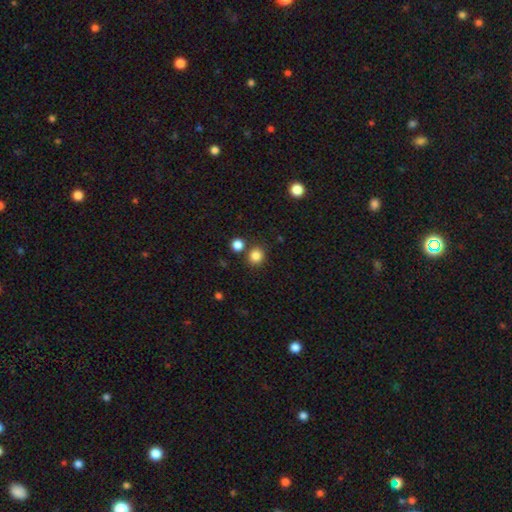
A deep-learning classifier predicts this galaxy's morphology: This is clearly a smooth galaxy (84%). How rounded: clearly round (88%). Merging: clearly none (80%).